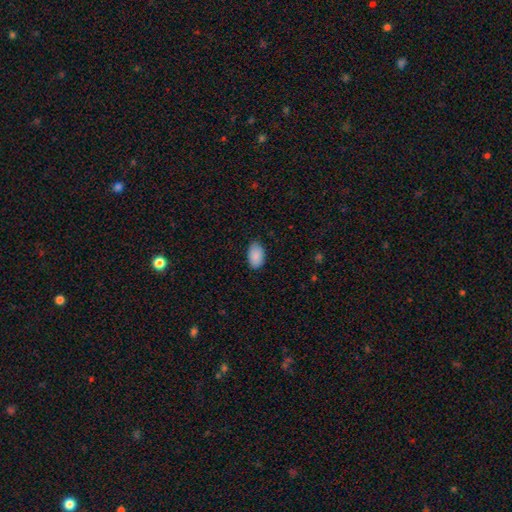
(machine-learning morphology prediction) type=smooth (90%); roundness=in between (94%); merging=none (84%).